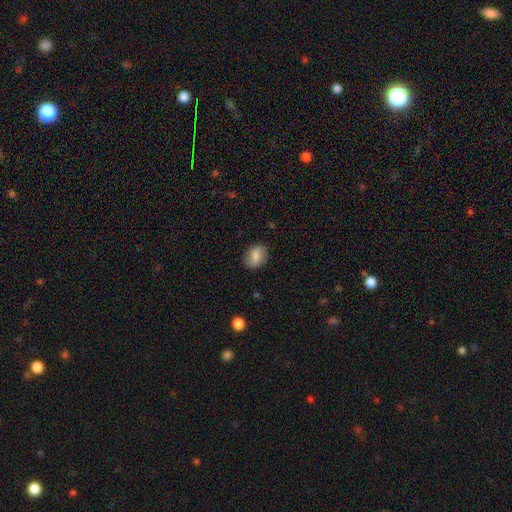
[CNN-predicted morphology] The model was most divided on "how rounded": in between: 61%, round: 37%, cigar-shaped: 1%. More confident: merging — none (83%); smooth or featured — smooth (78%).